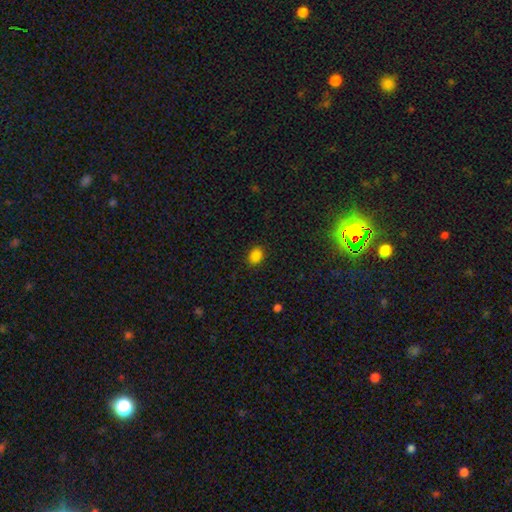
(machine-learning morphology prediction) Smooth or featured?
  - smooth: 85% *
  - star or artifact: 12%
  - featured or disk: 3%
How rounded?
  - in between: 65% *
  - round: 34%
  - cigar-shaped: 1%
Merging?
  - none: 88% *
  - minor disturbance: 8%
  - major disturbance: 2%
  - merger: 1%